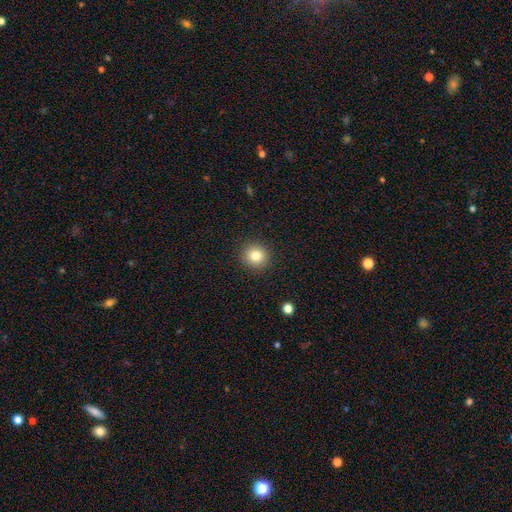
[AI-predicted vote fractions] smooth 81%, star or artifact 11%, featured or disk 8%. Down the decision tree: how rounded — round (92%); merging — none (92%).